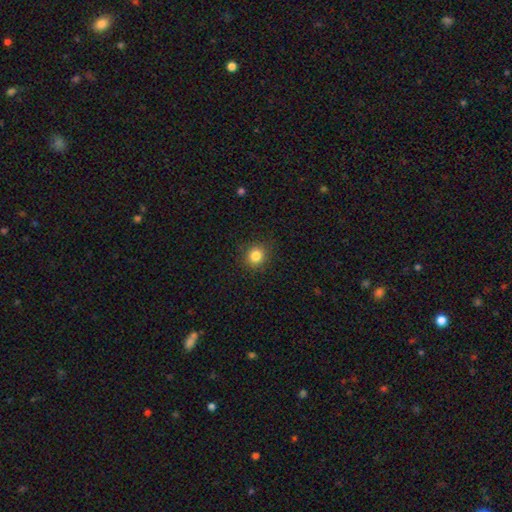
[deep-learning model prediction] Smooth or featured? smooth (83%)
How rounded? round (85%)
Merging? none (89%)